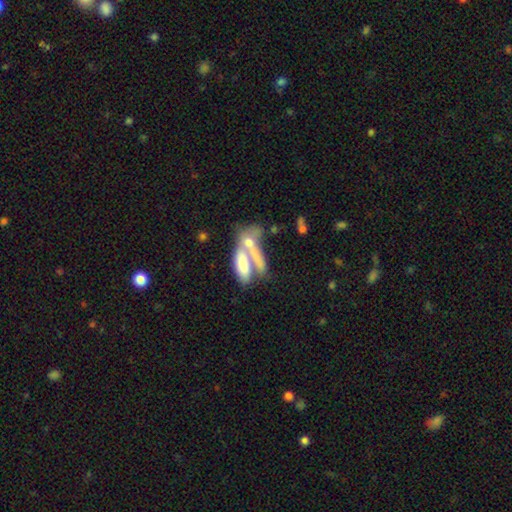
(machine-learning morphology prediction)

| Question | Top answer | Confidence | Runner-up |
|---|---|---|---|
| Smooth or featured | smooth | 66% | featured or disk (27%) |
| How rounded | in between | 59% | cigar-shaped (36%) |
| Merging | merger | 65% | none (20%) |